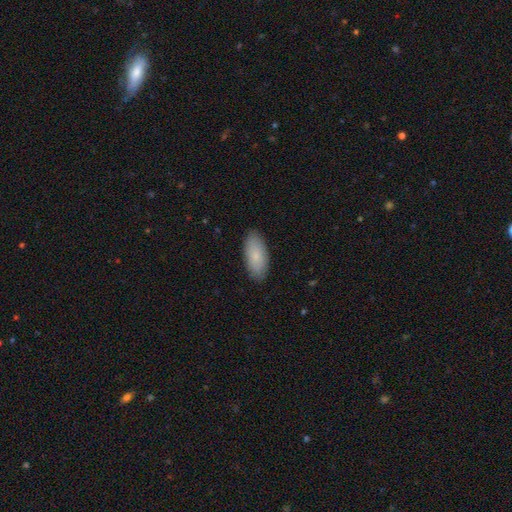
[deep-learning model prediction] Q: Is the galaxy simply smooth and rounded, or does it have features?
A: smooth — 82%.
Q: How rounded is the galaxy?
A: in between — 88%.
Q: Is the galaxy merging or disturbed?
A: none — 87%.